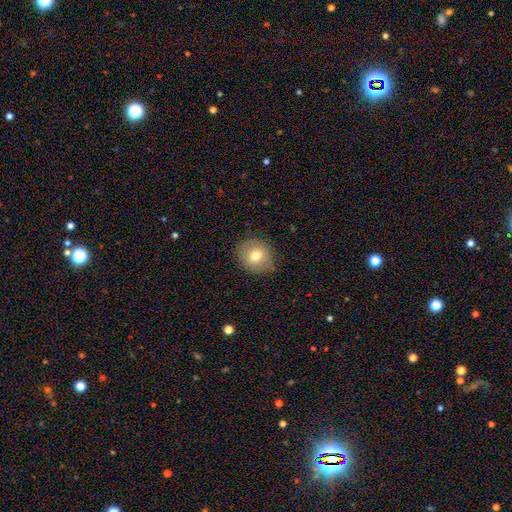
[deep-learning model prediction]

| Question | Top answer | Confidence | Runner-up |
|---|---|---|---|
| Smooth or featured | smooth | 73% | featured or disk (17%) |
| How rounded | round | 82% | in between (17%) |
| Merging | none | 84% | minor disturbance (12%) |